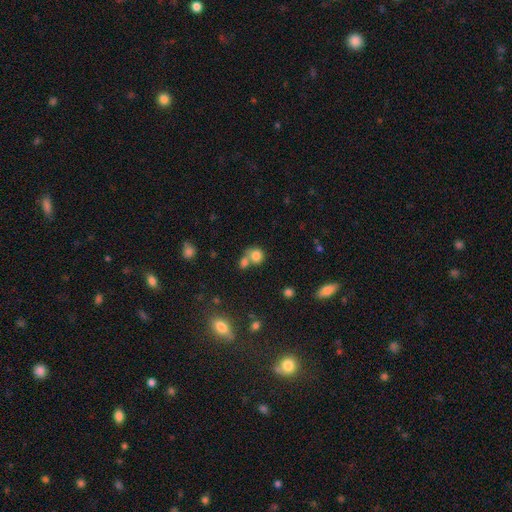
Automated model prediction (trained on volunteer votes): This is likely a smooth galaxy (79%). How rounded: likely round (77%). Merging: possibly merger (46%).